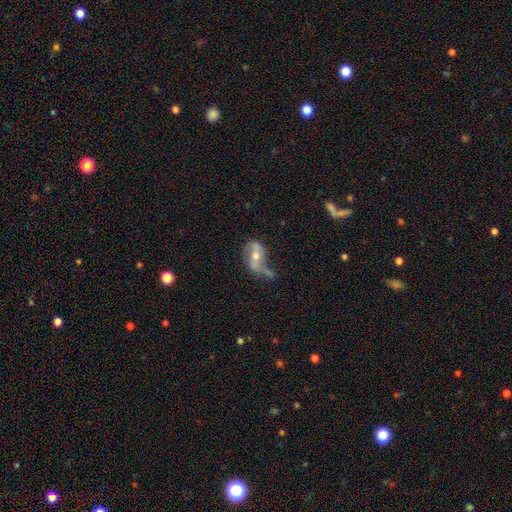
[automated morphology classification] Smooth or featured?
  - featured or disk: 61% *
  - smooth: 31%
  - star or artifact: 8%
Edge-on disk?
  - no: 88% *
  - yes: 12%
Bar?
  - strong: 37% *
  - weak: 32%
  - no: 31%
Spiral arms?
  - yes: 60% *
  - no: 40%
Bulge size?
  - moderate: 63% *
  - small: 29%
  - large: 4%
  - none: 2%
  - dominant: 1%
Merging?
  - none: 33% *
  - minor disturbance: 27%
  - major disturbance: 25%
  - merger: 16%